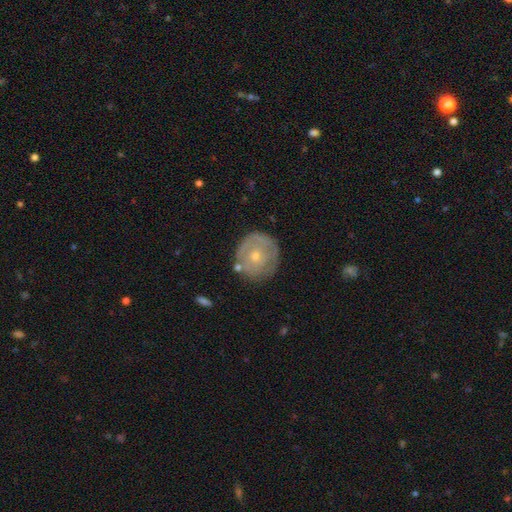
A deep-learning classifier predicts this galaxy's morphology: Smooth or featured? Predicted: featured or disk (p=0.57). Edge-on disk? Predicted: no (p=0.97). Bar? Predicted: no (p=0.86). Spiral arms? Predicted: yes (p=0.51). Bulge size? Predicted: small (p=0.64). Merging? Predicted: none (p=0.74).